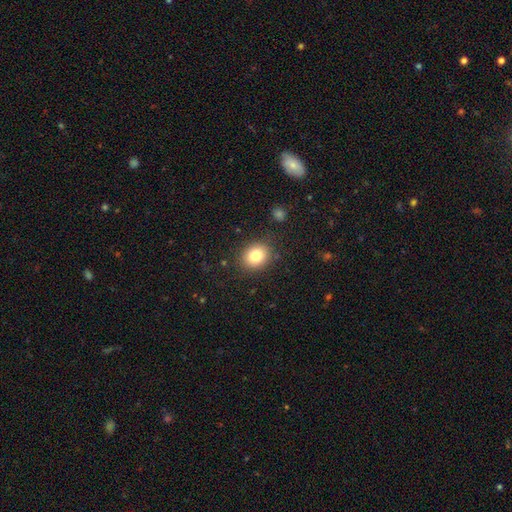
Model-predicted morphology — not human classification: Smooth or featured: smooth — 82% (star or artifact — 10%)
How rounded: round — 61% (in between — 38%)
Merging: none — 85% (minor disturbance — 10%)